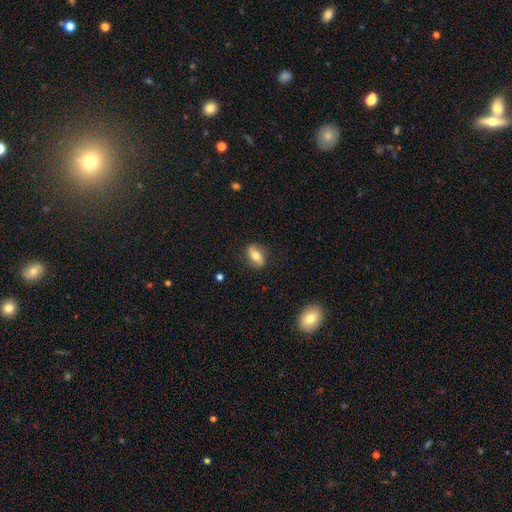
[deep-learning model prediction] Q: Smooth or featured?
A: smooth (65%); runner-up: featured or disk (27%)
Q: How rounded?
A: in between (80%); runner-up: cigar-shaped (11%)
Q: Merging?
A: none (83%); runner-up: minor disturbance (13%)